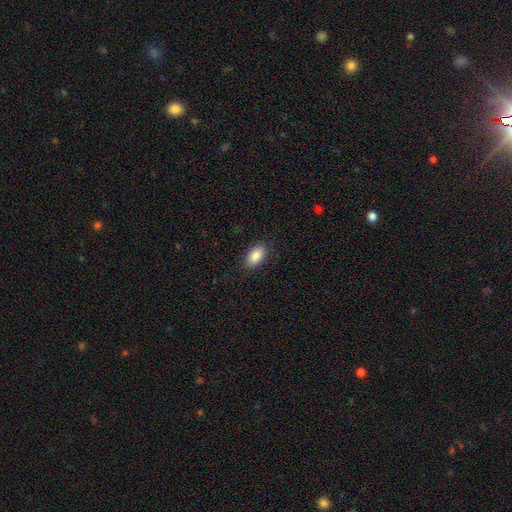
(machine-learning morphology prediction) This is clearly a smooth galaxy (88%). How rounded: clearly in between (92%). Merging: clearly none (86%).